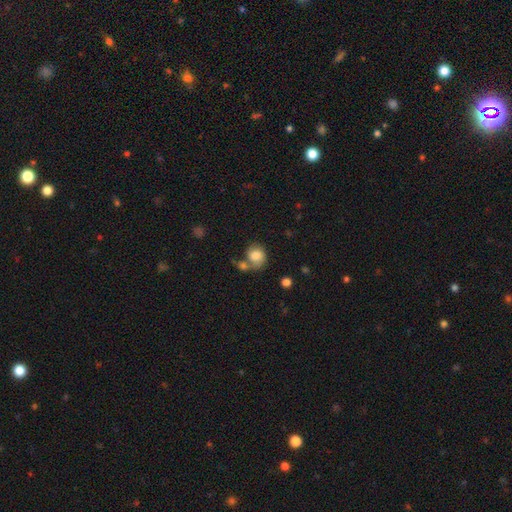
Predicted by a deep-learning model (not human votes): Smooth or featured?
  - smooth: 79% *
  - featured or disk: 13%
  - star or artifact: 8%
How rounded?
  - round: 69% *
  - in between: 30%
  - cigar-shaped: 1%
Merging?
  - none: 40% *
  - merger: 35%
  - minor disturbance: 17%
  - major disturbance: 9%